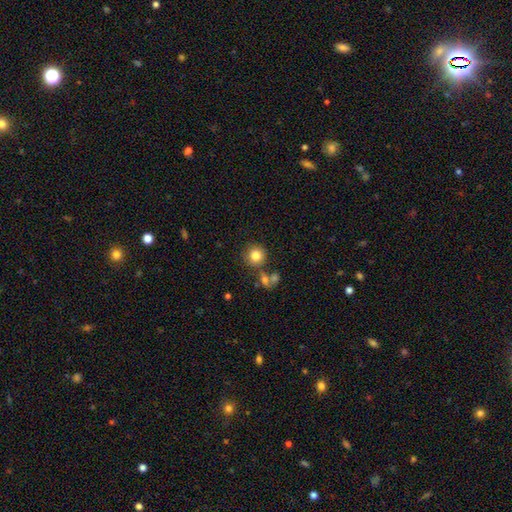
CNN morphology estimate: type=smooth (82%); roundness=round (91%); merging=none (74%).